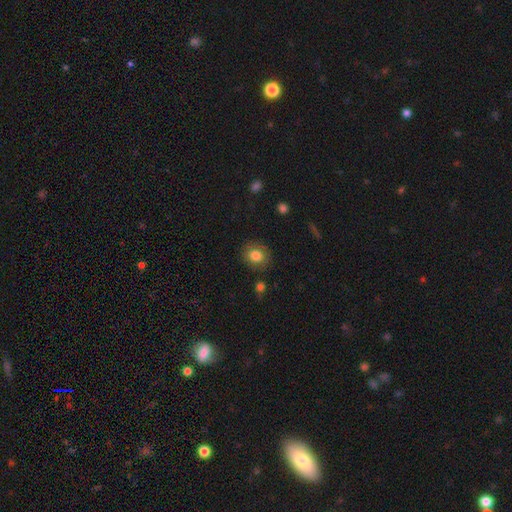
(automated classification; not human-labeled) smooth 82%, star or artifact 9%, featured or disk 9%. Down the decision tree: how rounded — round (69%); merging — none (83%).